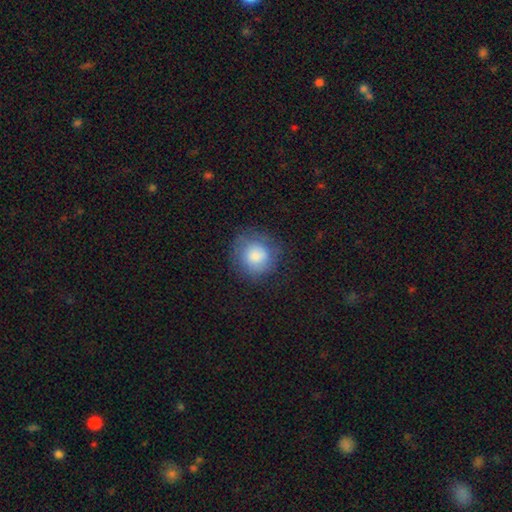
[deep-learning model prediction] Smooth or featured? smooth (78%)
How rounded? round (89%)
Merging? none (74%)